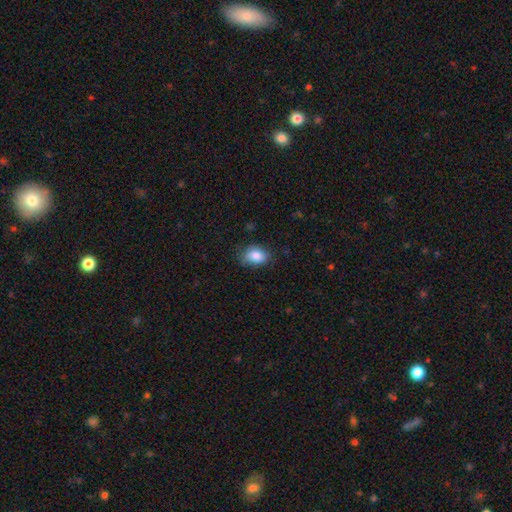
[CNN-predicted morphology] A smooth galaxy with no disk features (86%) that is in between round and cigar-shaped (77%).

Vote fractions:
- Smooth or featured? smooth: 86% / star or artifact: 8% / featured or disk: 6%
- How rounded? in between: 77% / round: 21% / cigar-shaped: 1%
- Merging? none: 73% / minor disturbance: 21% / major disturbance: 4% / merger: 1%